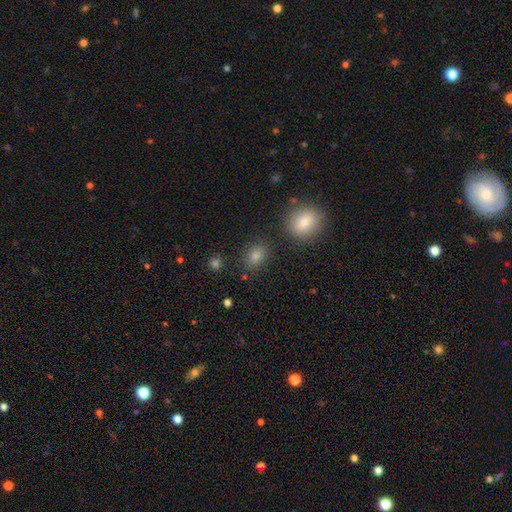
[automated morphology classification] smooth_or_featured: smooth (p=0.80) [alt: star or artifact p=0.14]
how_rounded: in between (p=0.57) [alt: round p=0.41]
merging: none (p=0.84) [alt: minor disturbance p=0.09]